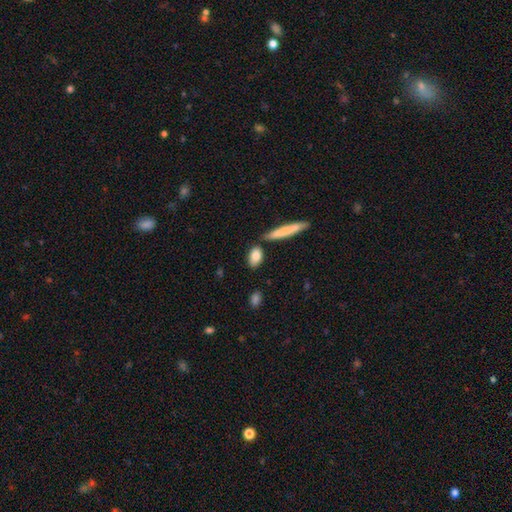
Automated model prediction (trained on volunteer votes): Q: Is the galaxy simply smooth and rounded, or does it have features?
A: smooth — 82%.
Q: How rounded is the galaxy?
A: in between — 82%.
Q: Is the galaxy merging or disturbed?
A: none — 76%.